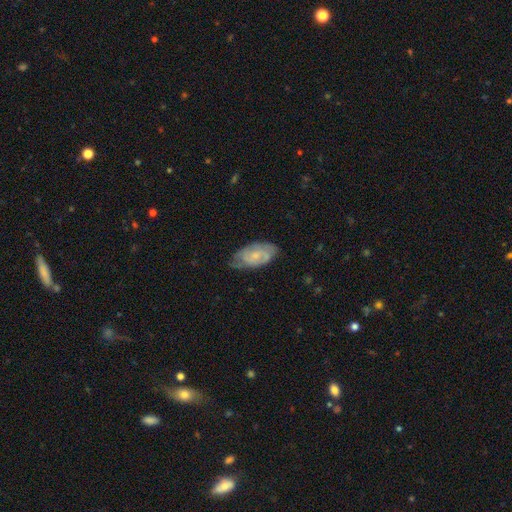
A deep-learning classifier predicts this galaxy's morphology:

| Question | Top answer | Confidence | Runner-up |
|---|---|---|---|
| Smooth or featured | featured or disk | 58% | smooth (35%) |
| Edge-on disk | no | 94% | yes (6%) |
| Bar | no | 69% | weak (27%) |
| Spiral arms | yes | 78% | no (22%) |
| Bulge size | small | 63% | moderate (25%) |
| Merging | none | 62% | minor disturbance (29%) |